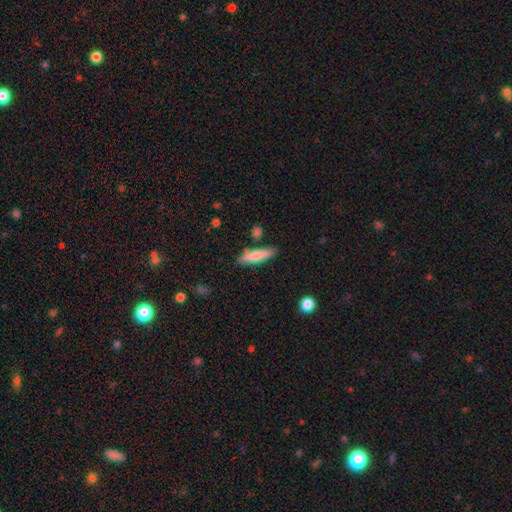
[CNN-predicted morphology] Overall: smooth (74%). How rounded: cigar-shaped (76%). Merging: none (80%).